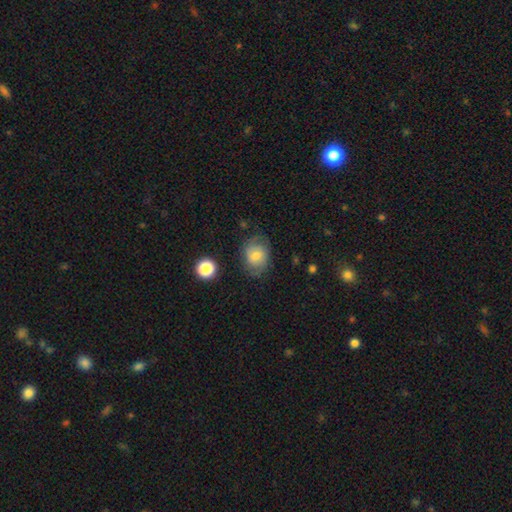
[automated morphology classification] smooth_or_featured: smooth (p=0.56) [alt: featured or disk p=0.35]
how_rounded: round (p=0.53) [alt: in between p=0.46]
merging: none (p=0.69) [alt: minor disturbance p=0.21]